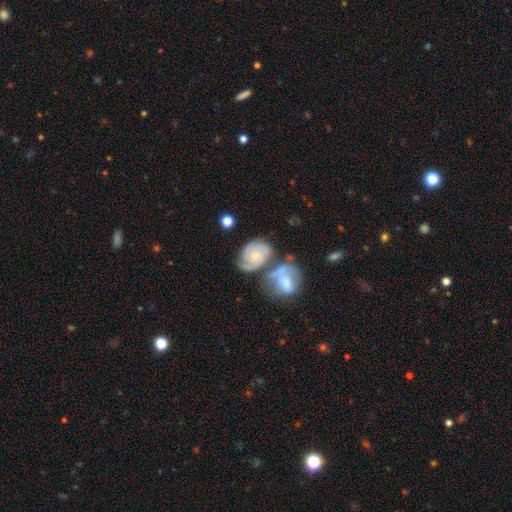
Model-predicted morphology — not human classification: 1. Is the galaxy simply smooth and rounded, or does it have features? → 73% featured or disk, 20% smooth, 6% star or artifact.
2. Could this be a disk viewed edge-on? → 97% no, 3% yes.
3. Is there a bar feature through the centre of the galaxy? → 75% no, 21% weak, 4% strong.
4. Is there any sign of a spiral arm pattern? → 92% yes, 8% no.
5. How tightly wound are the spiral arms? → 56% tight, 34% medium, 10% loose.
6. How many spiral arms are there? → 37% 2, 26% 3, 23% can't tell, 5% 4, 5% 1, 4% more than 4.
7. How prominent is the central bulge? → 68% small, 25% moderate, 4% none, 2% large, 1% dominant.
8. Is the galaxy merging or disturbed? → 40% none, 33% merger, 17% minor disturbance, 10% major disturbance.